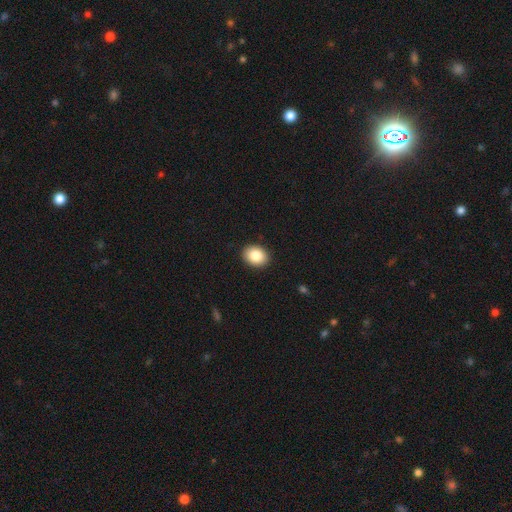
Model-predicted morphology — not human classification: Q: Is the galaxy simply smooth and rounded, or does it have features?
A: smooth — 86%.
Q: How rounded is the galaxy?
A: in between — 58%.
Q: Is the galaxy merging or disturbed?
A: none — 91%.